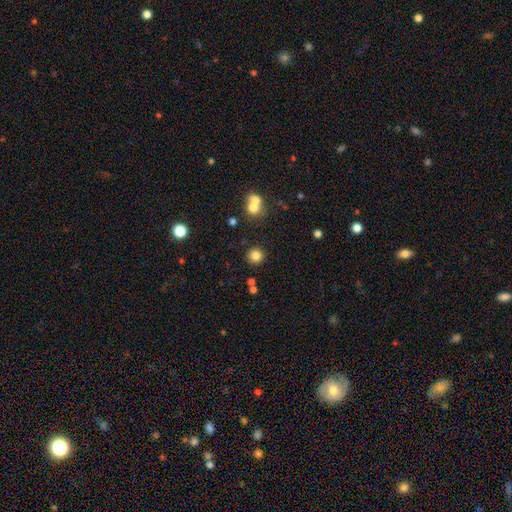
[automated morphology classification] This appears to be a smooth galaxy with no disk features (81%) that is round (92%). Merging: none (85%).